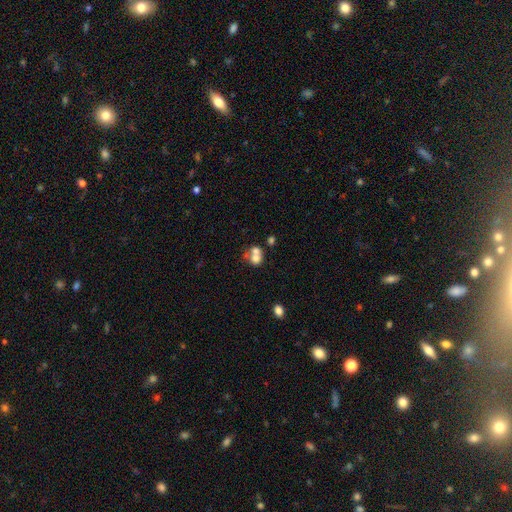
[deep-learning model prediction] Overall: smooth (65%). How rounded: round (68%; in between 31%). Merging: merger (62%; none 26%).